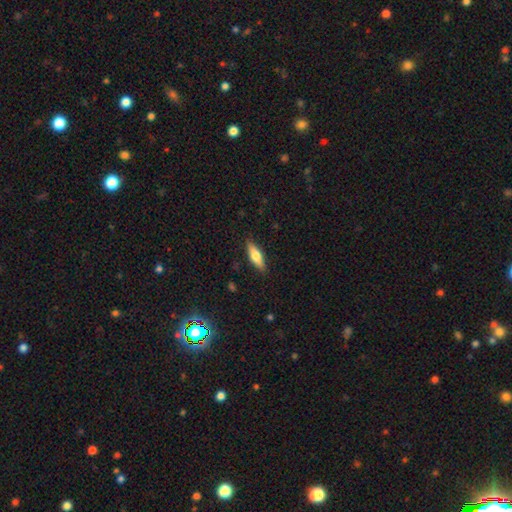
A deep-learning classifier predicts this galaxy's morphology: Smooth or featured? smooth (66%)
How rounded? cigar-shaped (49%, tied with in between)
Merging? none (88%)